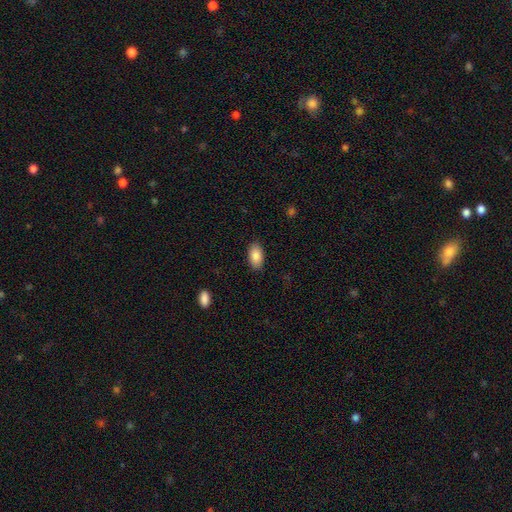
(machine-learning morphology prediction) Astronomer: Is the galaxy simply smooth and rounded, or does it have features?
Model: smooth — 87%.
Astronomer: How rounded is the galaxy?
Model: in between — 94%.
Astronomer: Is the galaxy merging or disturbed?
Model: none — 88%.